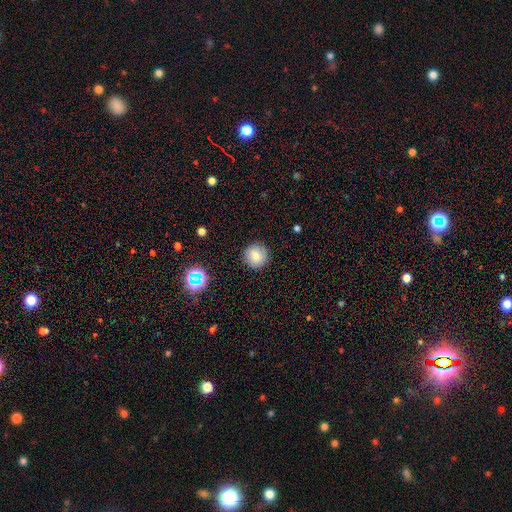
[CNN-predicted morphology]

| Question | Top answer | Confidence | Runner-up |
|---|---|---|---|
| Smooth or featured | smooth | 76% | star or artifact (12%) |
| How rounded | round | 94% | in between (5%) |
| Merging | none | 88% | minor disturbance (8%) |